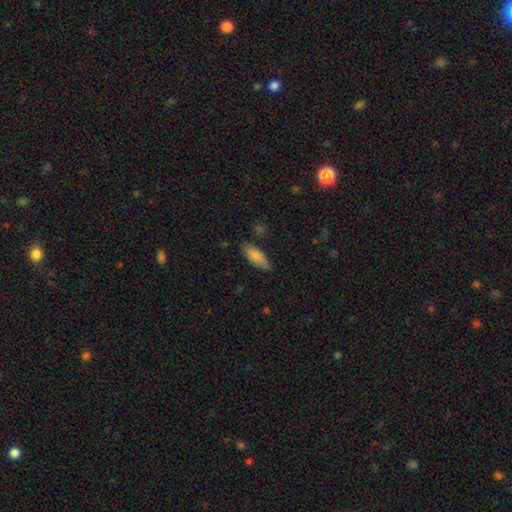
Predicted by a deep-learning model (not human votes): Smooth or featured? smooth (83%)
How rounded? in between (73%)
Merging? none (78%)